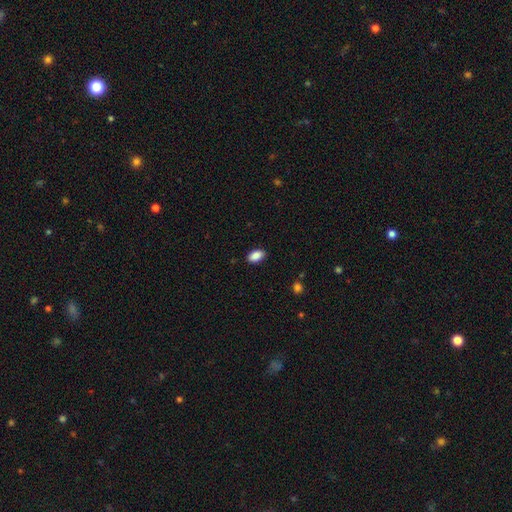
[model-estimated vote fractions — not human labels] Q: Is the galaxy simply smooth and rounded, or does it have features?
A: smooth — 89%.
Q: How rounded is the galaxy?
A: in between — 93%.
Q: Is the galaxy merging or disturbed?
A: none — 88%.